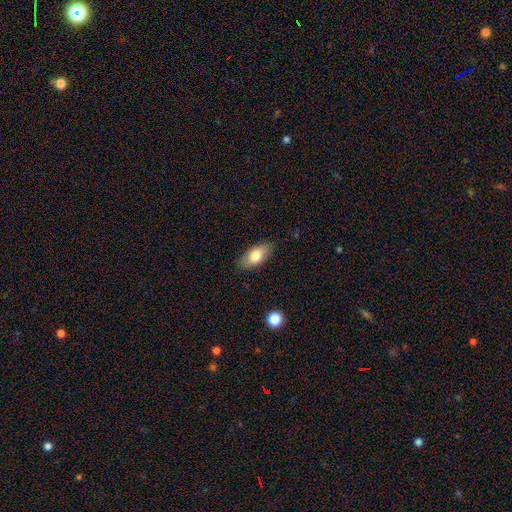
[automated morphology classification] smooth 78%, featured or disk 15%, star or artifact 7%. Down the decision tree: how rounded — in between (89%); merging — none (84%).